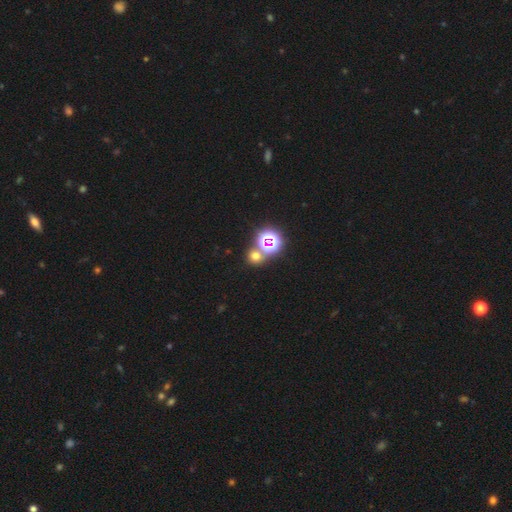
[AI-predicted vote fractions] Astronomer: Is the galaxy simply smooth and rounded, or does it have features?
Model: smooth — 56% (runner-up: star or artifact, 36%).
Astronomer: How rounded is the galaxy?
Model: round — 84%.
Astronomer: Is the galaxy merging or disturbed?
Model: none — 68%.